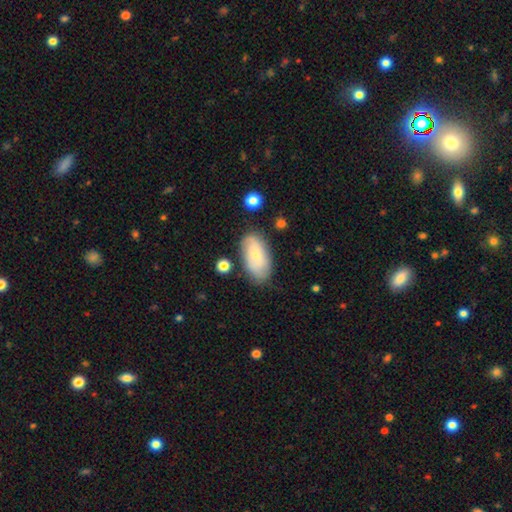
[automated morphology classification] The model was most divided on "smooth or featured": smooth: 58%, featured or disk: 35%, star or artifact: 7%. More confident: how rounded — in between (93%); merging — none (75%).